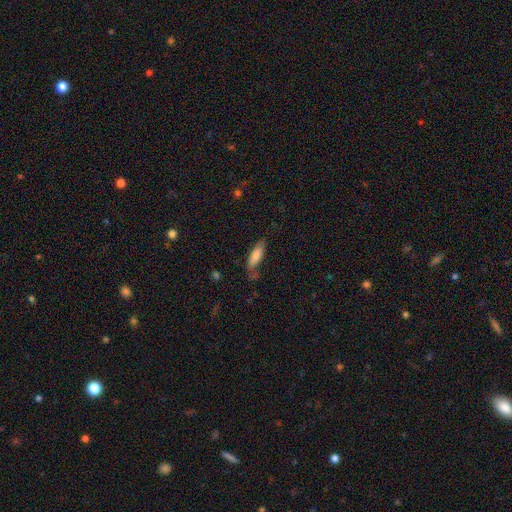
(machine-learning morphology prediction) A smooth galaxy with no disk features (81%) that is cigar-shaped (50%).

Vote fractions:
- Smooth or featured? smooth: 81% / featured or disk: 13% / star or artifact: 7%
- How rounded? cigar-shaped: 50% / in between: 48% / round: 2%
- Merging? none: 63% / minor disturbance: 25% / major disturbance: 8% / merger: 4%